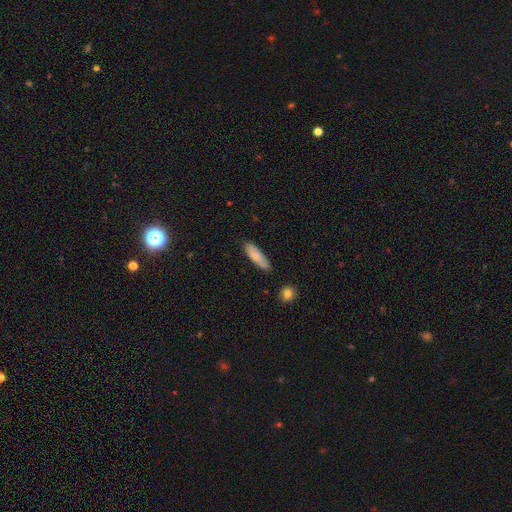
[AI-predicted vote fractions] A smooth galaxy with no disk features (83%) that is cigar-shaped (53%). Merging: none (82%).